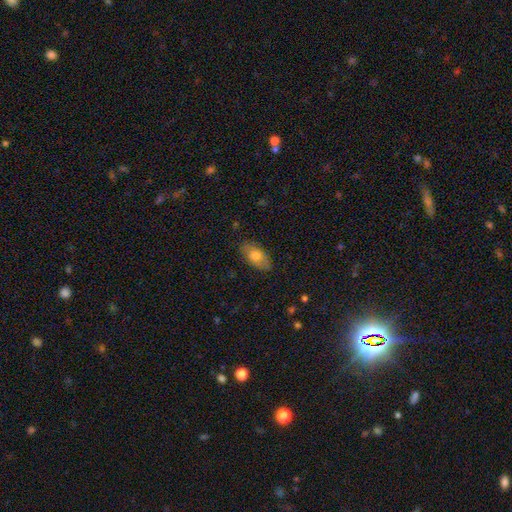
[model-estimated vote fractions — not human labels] Q: Smooth or featured?
A: smooth (74%); runner-up: featured or disk (19%)
Q: How rounded?
A: in between (90%); runner-up: round (5%)
Q: Merging?
A: none (84%); runner-up: minor disturbance (13%)